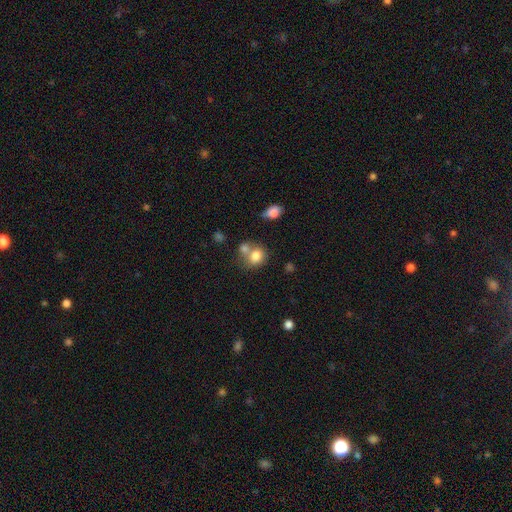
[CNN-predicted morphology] A smooth galaxy with no disk features (79%) that is round (66%).

Vote fractions:
- Smooth or featured? smooth: 79% / featured or disk: 11% / star or artifact: 10%
- How rounded? round: 66% / in between: 33% / cigar-shaped: 1%
- Merging? none: 43% / merger: 41% / minor disturbance: 11% / major disturbance: 5%